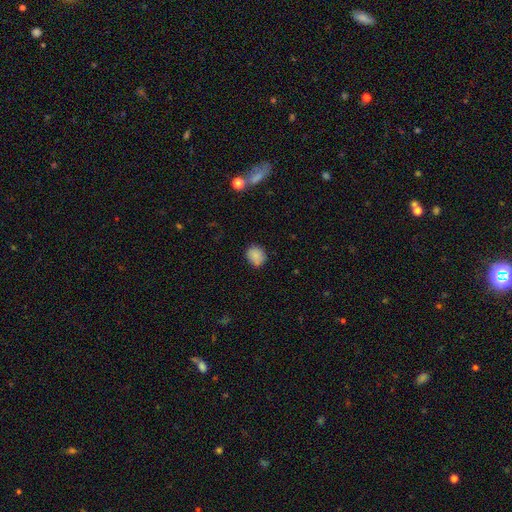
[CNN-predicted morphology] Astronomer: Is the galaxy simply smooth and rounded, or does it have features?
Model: smooth — 83%.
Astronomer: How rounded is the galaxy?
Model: round — 69%.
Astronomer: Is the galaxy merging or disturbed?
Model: none — 75%.